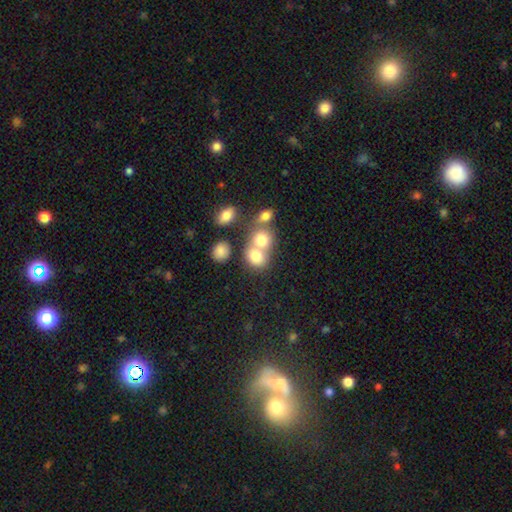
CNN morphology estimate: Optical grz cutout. It shows a smooth galaxy with no disk features (75%) that is round (64%). Merging: merger (55%).